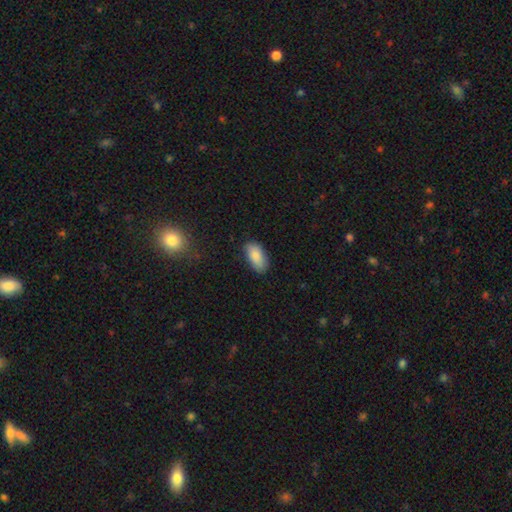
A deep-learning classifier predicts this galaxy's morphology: smooth-or-featured: smooth: 87% | star or artifact: 7% | featured or disk: 6%
  how-rounded: in between: 92% | cigar-shaped: 5% | round: 3%
  merging: none: 80% | minor disturbance: 15% | major disturbance: 3% | merger: 1%